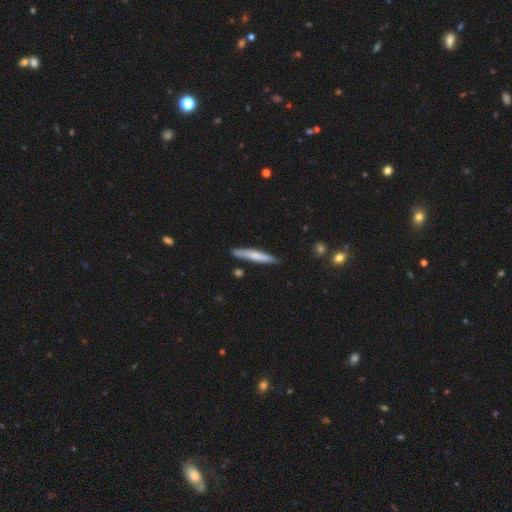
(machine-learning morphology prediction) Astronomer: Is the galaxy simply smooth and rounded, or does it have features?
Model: smooth — 67%.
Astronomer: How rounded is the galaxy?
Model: cigar-shaped — 94%.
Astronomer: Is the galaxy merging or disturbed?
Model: none — 86%.